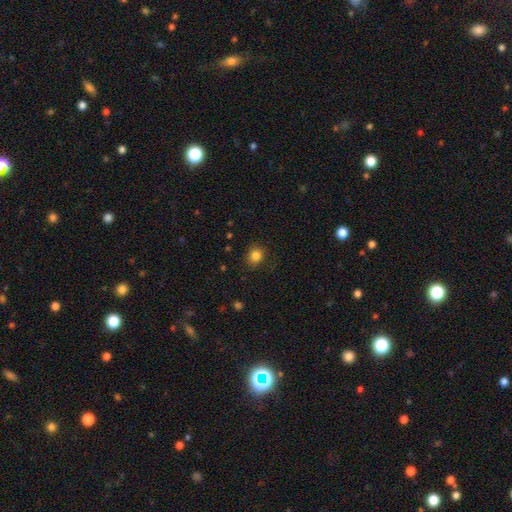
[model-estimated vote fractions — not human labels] Smooth or featured? smooth (84%)
How rounded? round (77%)
Merging? none (84%)